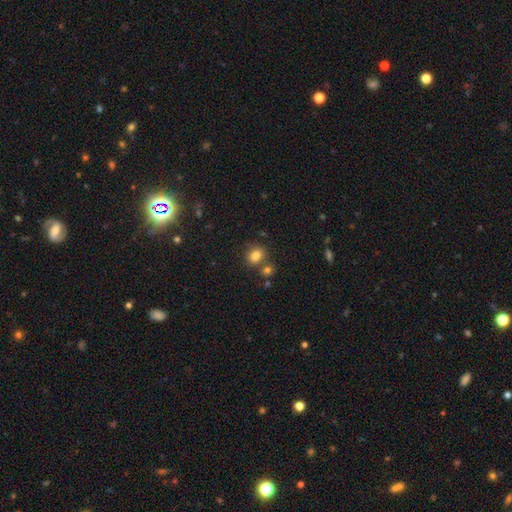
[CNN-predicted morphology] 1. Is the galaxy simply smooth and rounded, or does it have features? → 81% smooth, 12% star or artifact, 8% featured or disk.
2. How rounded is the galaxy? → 51% round, 48% in between, 1% cigar-shaped.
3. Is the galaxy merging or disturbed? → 63% none, 20% merger, 13% minor disturbance, 4% major disturbance.